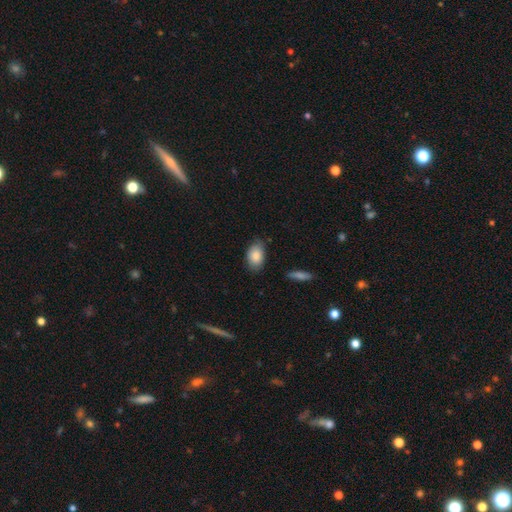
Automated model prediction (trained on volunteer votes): Morphology: type=smooth (86%); roundness=in between (90%); merging=none (77%).